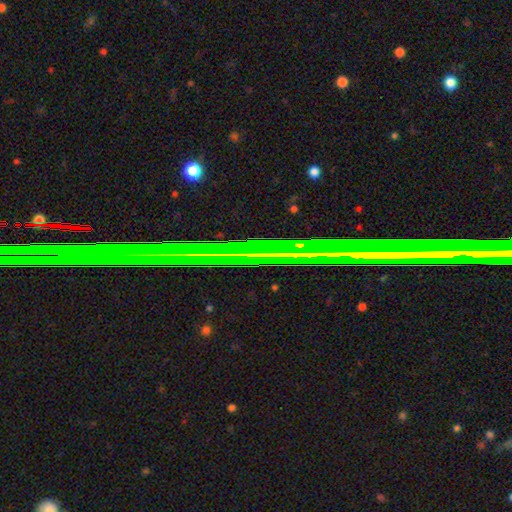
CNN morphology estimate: A star or artifact, not a galaxy (77%).

Vote fractions:
- Smooth or featured? star or artifact: 77% / featured or disk: 14% / smooth: 8%